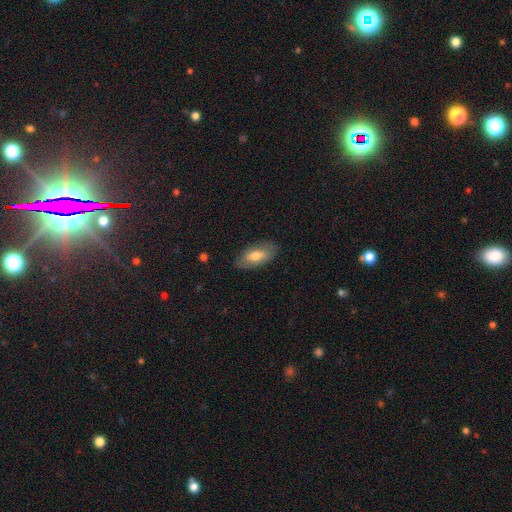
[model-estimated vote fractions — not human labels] Smooth or featured: smooth — 65% (featured or disk — 29%)
How rounded: in between — 87% (cigar-shaped — 10%)
Merging: none — 81% (minor disturbance — 15%)